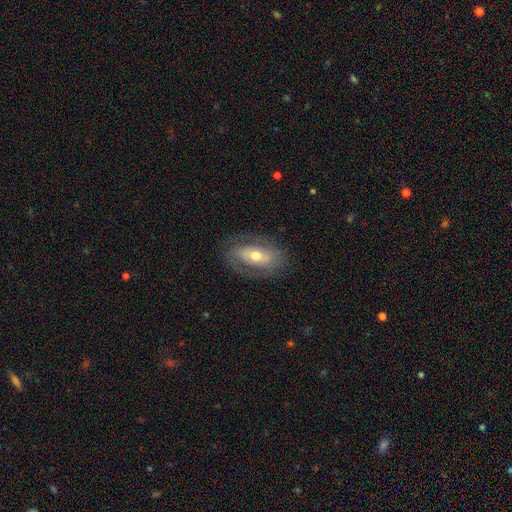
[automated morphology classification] type=featured or disk (62%); edge-on=no (89%); bar=no (47%); spiral arms=yes (56%); bulge=moderate (59%); merging=none (78%).